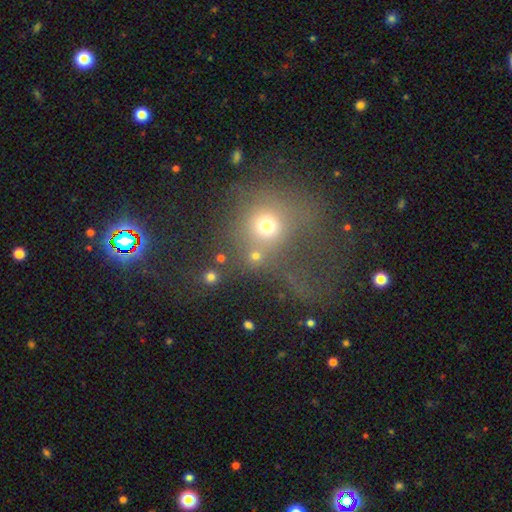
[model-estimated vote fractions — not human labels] smooth 58%, star or artifact 27%, featured or disk 16%. Down the decision tree: how rounded — round (80%); merging — none (38%).